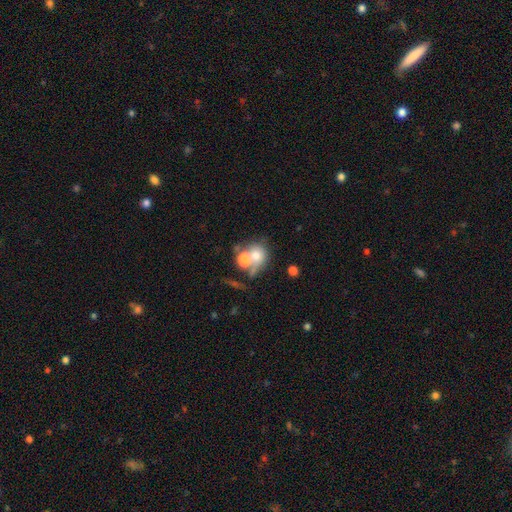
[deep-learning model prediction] smooth_or_featured: smooth (p=0.66) [alt: featured or disk p=0.21]
how_rounded: round (p=0.66) [alt: in between p=0.33]
merging: merger (p=0.51) [alt: none p=0.29]